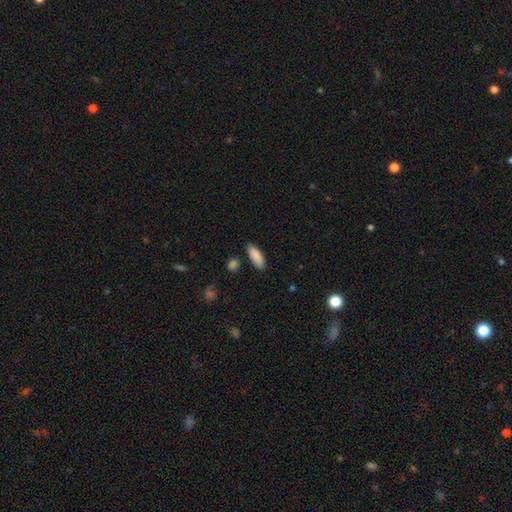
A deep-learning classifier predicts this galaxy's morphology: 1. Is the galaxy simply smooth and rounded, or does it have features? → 88% smooth, 6% star or artifact, 5% featured or disk.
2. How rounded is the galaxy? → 67% in between, 31% cigar-shaped, 2% round.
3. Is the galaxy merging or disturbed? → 84% none, 11% minor disturbance, 3% merger, 2% major disturbance.